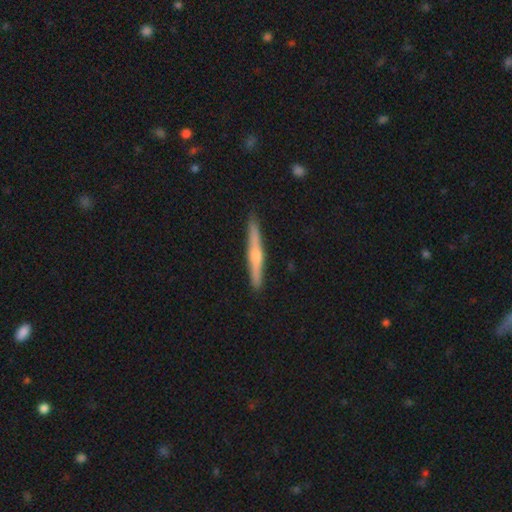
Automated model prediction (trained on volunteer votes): The model was most divided on "smooth or featured": featured or disk: 63%, smooth: 31%, star or artifact: 5%. More confident: edge-on disk — yes (98%); merging — none (91%); edge-on bulge — rounded (82%).